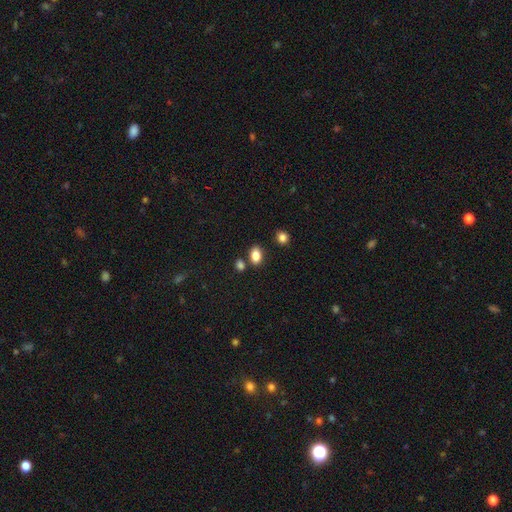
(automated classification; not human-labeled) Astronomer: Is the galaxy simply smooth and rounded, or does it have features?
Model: smooth — 85%.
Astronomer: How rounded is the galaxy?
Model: in between — 84%.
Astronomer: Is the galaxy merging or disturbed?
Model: none — 76%.